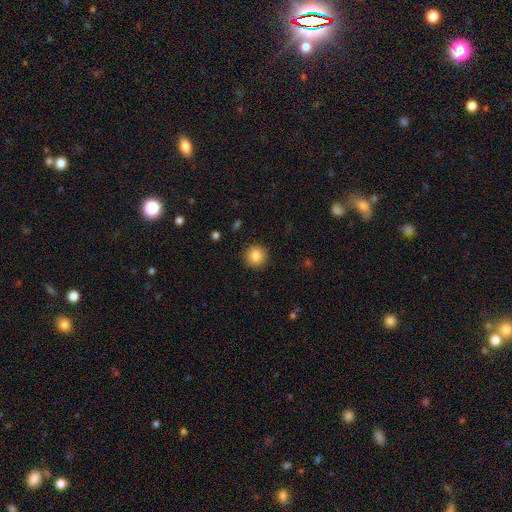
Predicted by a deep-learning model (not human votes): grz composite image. It shows a smooth galaxy with no disk features (85%) that is round (94%). Merging: none (91%).